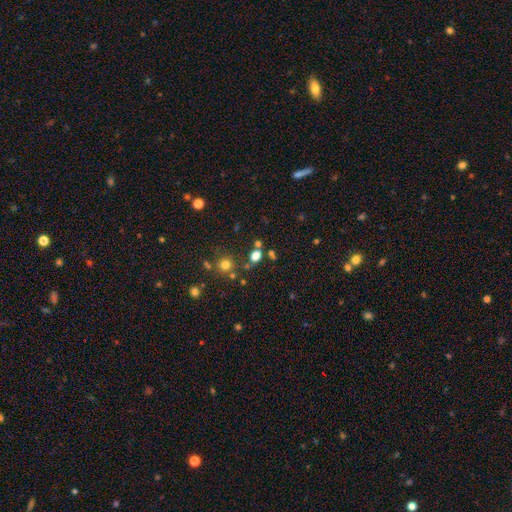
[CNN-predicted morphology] Smooth or featured: smooth — 71% (star or artifact — 21%)
How rounded: in between — 63% (round — 35%)
Merging: none — 70% (merger — 13%)